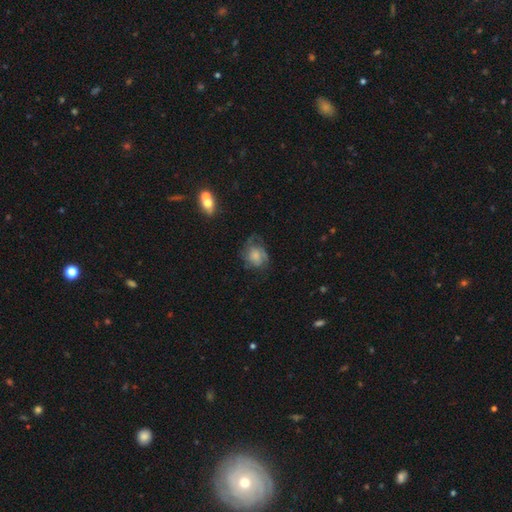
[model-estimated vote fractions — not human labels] The model was most divided on "smooth or featured": smooth: 46%, featured or disk: 45%, star or artifact: 10%. More confident: merging — none (51%).